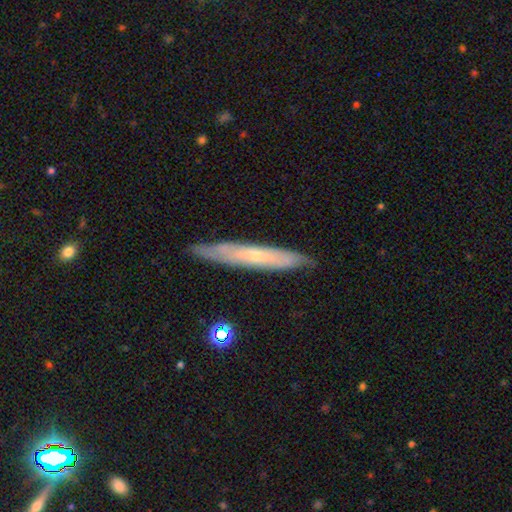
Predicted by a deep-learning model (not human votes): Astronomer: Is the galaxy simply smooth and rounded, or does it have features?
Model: featured or disk — 61%.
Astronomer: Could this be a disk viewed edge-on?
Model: yes — 73%.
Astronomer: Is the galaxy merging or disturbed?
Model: none — 84%.